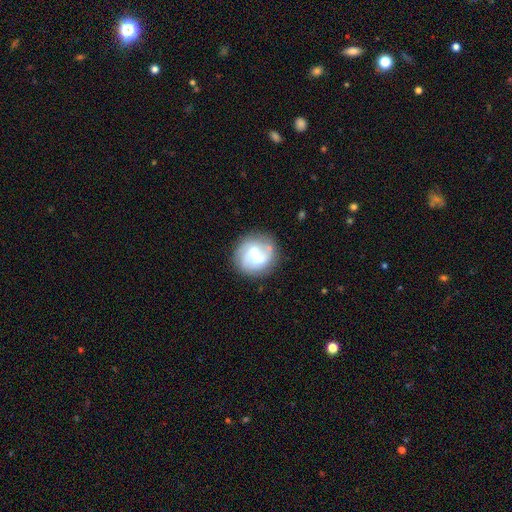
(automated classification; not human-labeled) Smooth or featured? featured or disk (62%)
Edge-on disk? no (97%)
Bar? weak (51%)
Spiral arms? yes (81%)
Bulge size? small (49%)
Merging? none (74%)